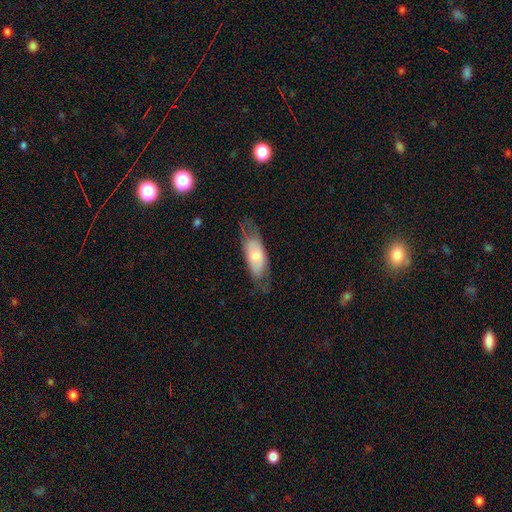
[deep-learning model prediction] smooth-or-featured: smooth: 60% | featured or disk: 34% | star or artifact: 6%
  how-rounded: in between: 74% | cigar-shaped: 24% | round: 2%
  merging: none: 58% | minor disturbance: 26% | major disturbance: 15% | merger: 2%